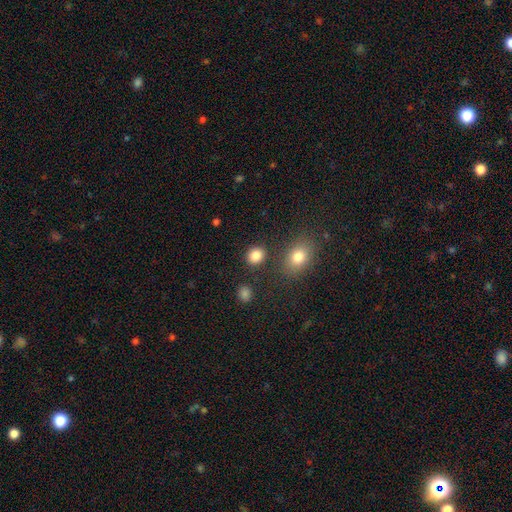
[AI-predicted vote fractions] Smooth or featured: smooth — 85% (star or artifact — 10%)
How rounded: round — 74% (in between — 25%)
Merging: none — 84% (minor disturbance — 8%)